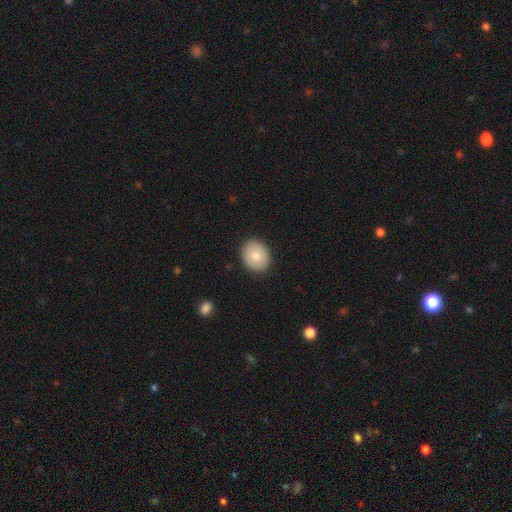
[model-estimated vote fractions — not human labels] A smooth galaxy with no disk features (79%) that is round (52%).

Vote fractions:
- Smooth or featured? smooth: 79% / featured or disk: 14% / star or artifact: 7%
- How rounded? round: 52% / in between: 48% / cigar-shaped: 1%
- Merging? none: 89% / minor disturbance: 8% / major disturbance: 2% / merger: 1%